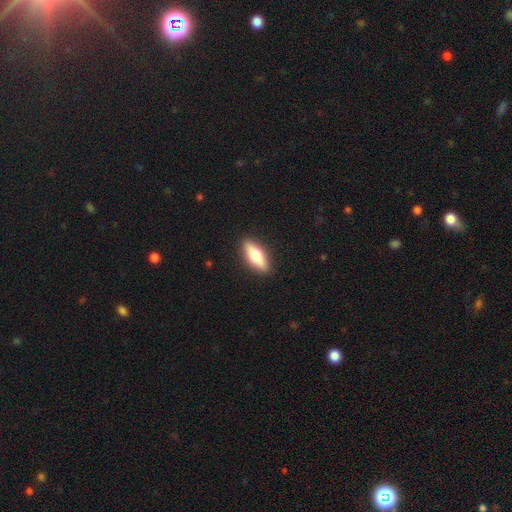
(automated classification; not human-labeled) This appears to be a smooth galaxy with no disk features (58%) that is in between round and cigar-shaped (59%). Merging: none (90%).